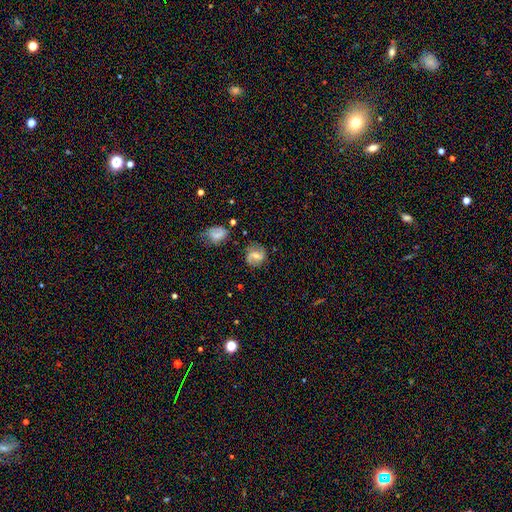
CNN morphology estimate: Q: Smooth or featured?
A: featured or disk (65%); runner-up: smooth (24%)
Q: Edge-on disk?
A: no (97%); runner-up: yes (3%)
Q: Bar?
A: weak (47%); runner-up: no (33%)
Q: Spiral arms?
A: yes (91%); runner-up: no (9%)
Q: Spiral winding?
A: medium (46%); runner-up: loose (28%)
Q: Spiral arm count?
A: 2 (86%); runner-up: can't tell (7%)
Q: Bulge size?
A: moderate (57%); runner-up: small (35%)
Q: Merging?
A: none (77%); runner-up: minor disturbance (15%)